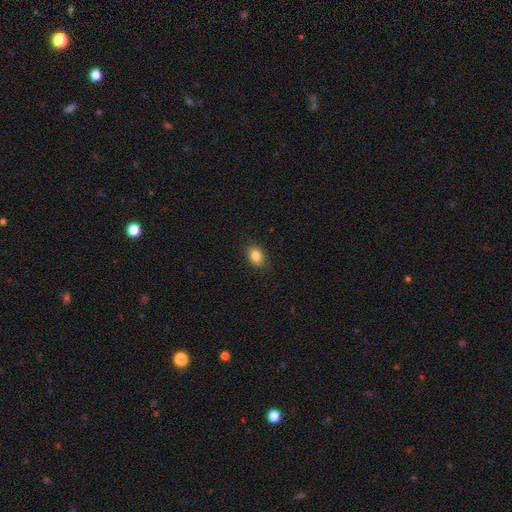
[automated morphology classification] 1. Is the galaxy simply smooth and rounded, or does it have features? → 85% smooth, 9% star or artifact, 7% featured or disk.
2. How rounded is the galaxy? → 77% in between, 21% round, 1% cigar-shaped.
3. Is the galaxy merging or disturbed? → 86% none, 11% minor disturbance, 2% major disturbance, 1% merger.